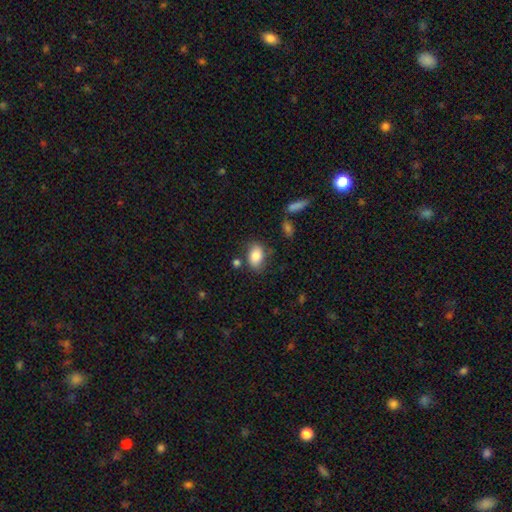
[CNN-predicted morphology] Overall: smooth (83%). How rounded: in between (85%). Merging: none (74%).